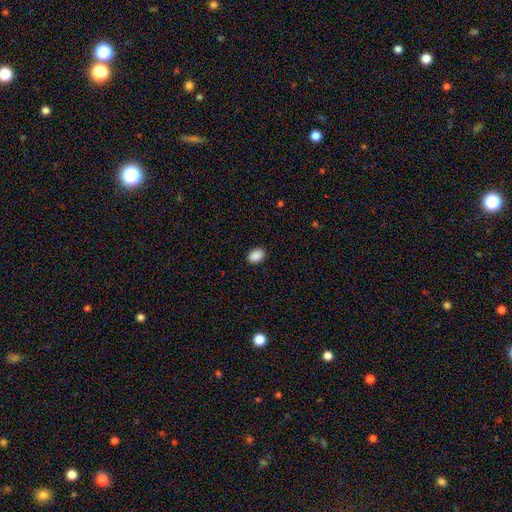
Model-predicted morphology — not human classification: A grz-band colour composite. It shows a smooth galaxy with no disk features (90%) that is in between round and cigar-shaped (85%). Merging: none (90%).